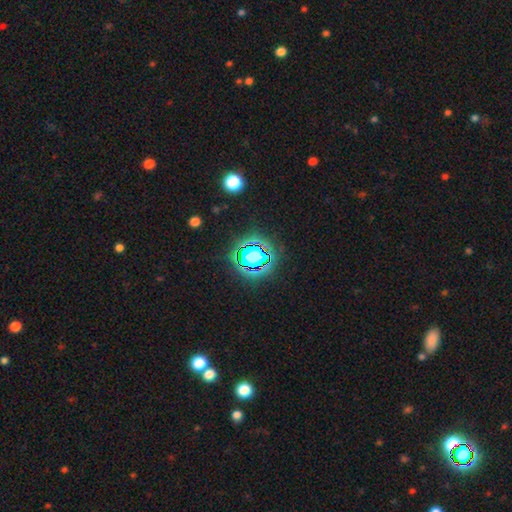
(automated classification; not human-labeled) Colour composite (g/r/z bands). It shows a star or artifact, not a galaxy (64%).